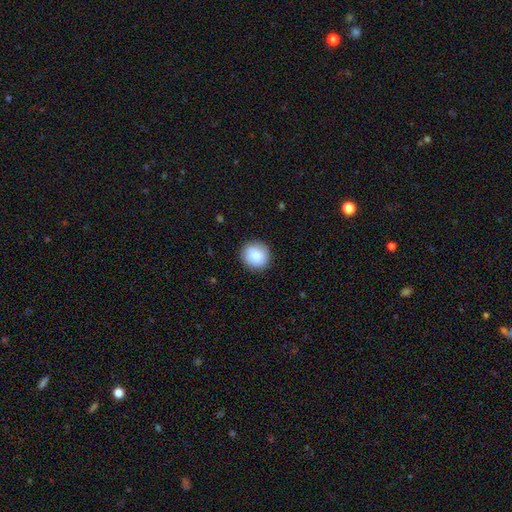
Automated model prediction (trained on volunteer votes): smooth_or_featured: smooth (p=0.87) [alt: star or artifact p=0.07]
how_rounded: round (p=0.90) [alt: in between p=0.09]
merging: none (p=0.90) [alt: minor disturbance p=0.07]